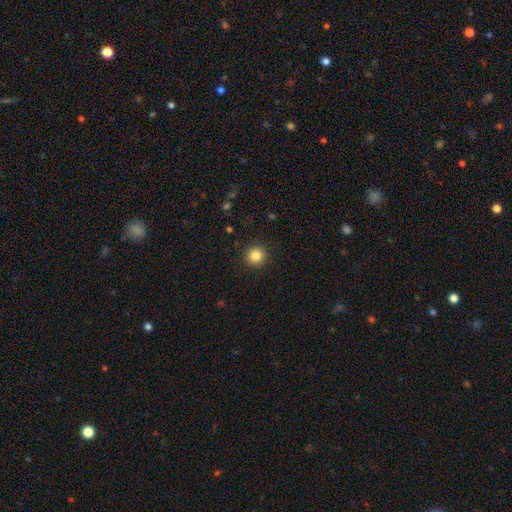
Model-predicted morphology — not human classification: Overall: smooth (84%). How rounded: round (94%). Merging: none (92%).